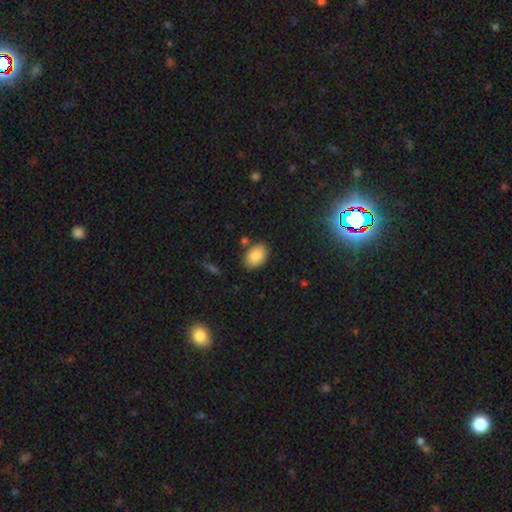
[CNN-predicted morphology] This appears to be a smooth galaxy with no disk features (85%) that is in between round and cigar-shaped (82%). Merging: none (81%).